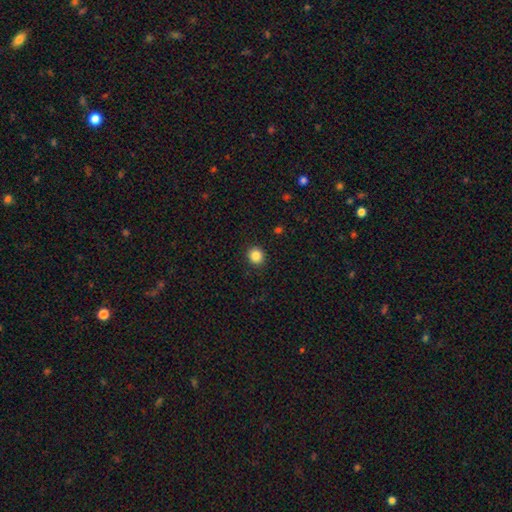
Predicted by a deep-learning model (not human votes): Smooth or featured: smooth — 86% (star or artifact — 10%)
How rounded: round — 85% (in between — 14%)
Merging: none — 91% (minor disturbance — 6%)